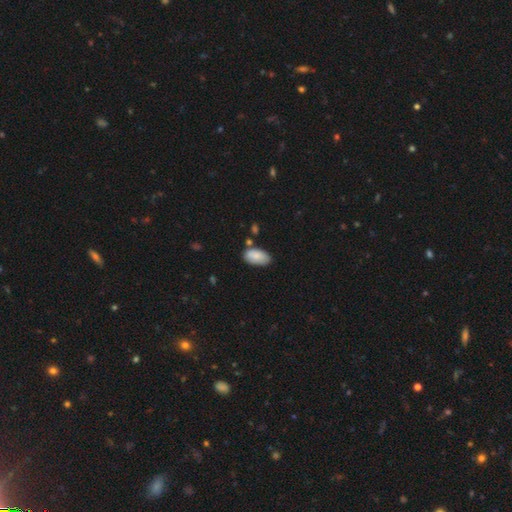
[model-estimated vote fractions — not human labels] A smooth galaxy with no disk features (84%) that is in between round and cigar-shaped (95%).

Vote fractions:
- Smooth or featured? smooth: 84% / featured or disk: 9% / star or artifact: 7%
- How rounded? in between: 95% / round: 3% / cigar-shaped: 2%
- Merging? none: 65% / minor disturbance: 24% / merger: 7% / major disturbance: 4%